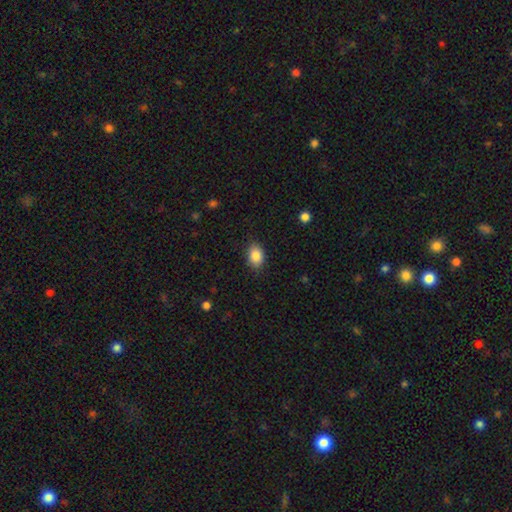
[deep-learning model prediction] The model was most divided on "how rounded": in between: 78%, round: 21%, cigar-shaped: 1%. More confident: smooth or featured — smooth (86%); merging — none (86%).